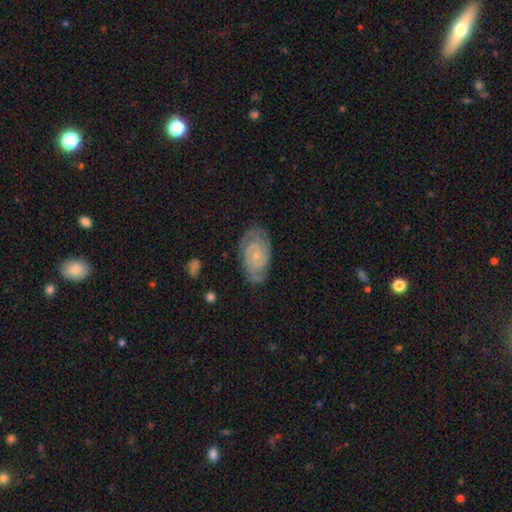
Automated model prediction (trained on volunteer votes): Q: Smooth or featured?
A: featured or disk (82%); runner-up: smooth (12%)
Q: Edge-on disk?
A: no (97%); runner-up: yes (3%)
Q: Bar?
A: no (70%); runner-up: weak (25%)
Q: Spiral arms?
A: yes (96%); runner-up: no (4%)
Q: Spiral winding?
A: tight (65%); runner-up: medium (28%)
Q: Spiral arm count?
A: 2 (65%); runner-up: can't tell (16%)
Q: Bulge size?
A: small (75%); runner-up: moderate (17%)
Q: Merging?
A: none (74%); runner-up: minor disturbance (19%)